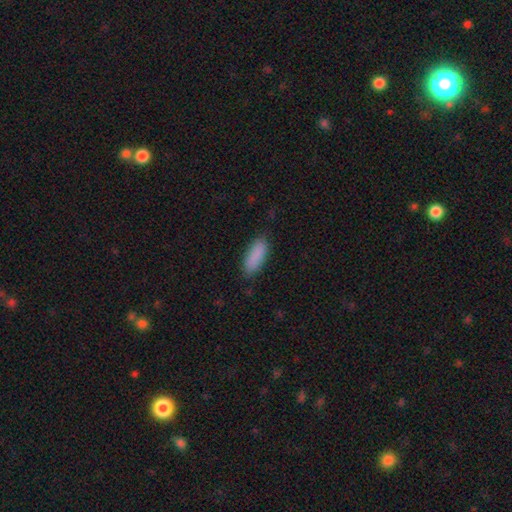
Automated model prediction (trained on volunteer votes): This appears to be a smooth galaxy with no disk features (89%) that is in between round and cigar-shaped (70%). Merging: none (83%).